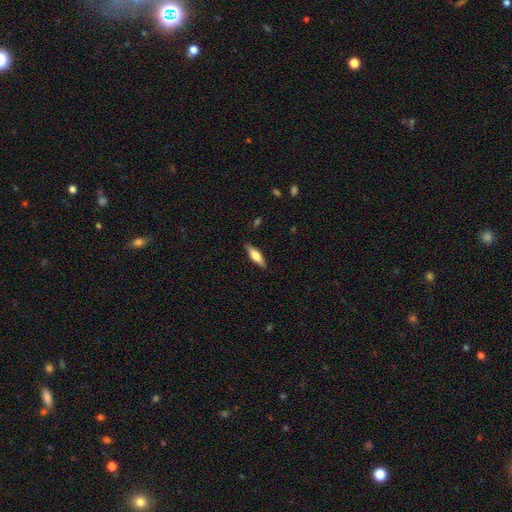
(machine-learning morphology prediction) This appears to be a smooth galaxy with no disk features (58%) that is cigar-shaped (52%). Merging: none (87%).